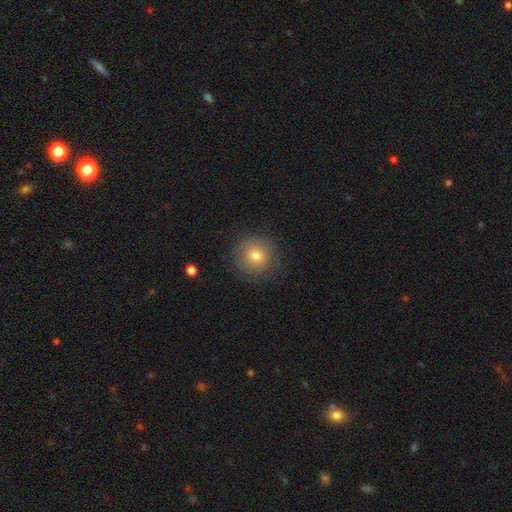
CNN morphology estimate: This is likely a smooth galaxy (72%). How rounded: clearly round (94%). Merging: clearly none (83%).